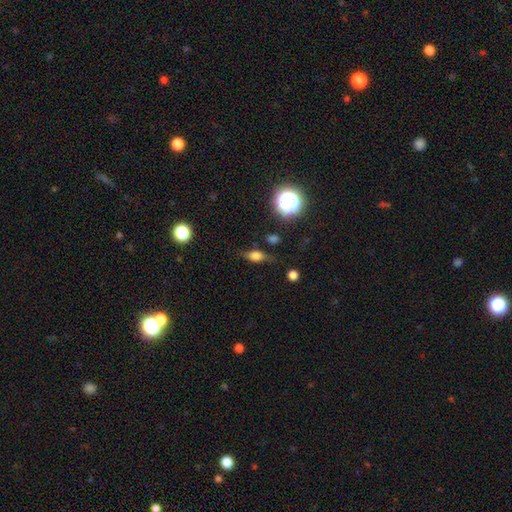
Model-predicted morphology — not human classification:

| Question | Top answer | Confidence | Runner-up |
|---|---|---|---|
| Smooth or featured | smooth | 63% | featured or disk (23%) |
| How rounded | in between | 67% | round (19%) |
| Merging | none | 68% | minor disturbance (21%) |